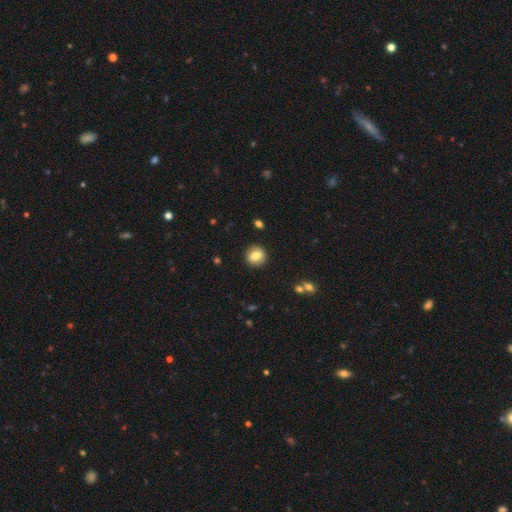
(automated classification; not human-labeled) The model was most divided on "how rounded": round: 76%, in between: 23%, cigar-shaped: 1%. More confident: merging — none (88%); smooth or featured — smooth (76%).